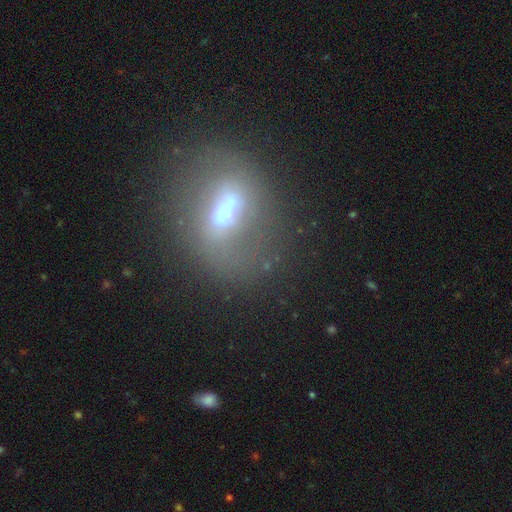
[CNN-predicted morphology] This is possibly a featured or disk galaxy (55%). It is clearly not viewed edge-on (83%). Merging: likely none (73%).